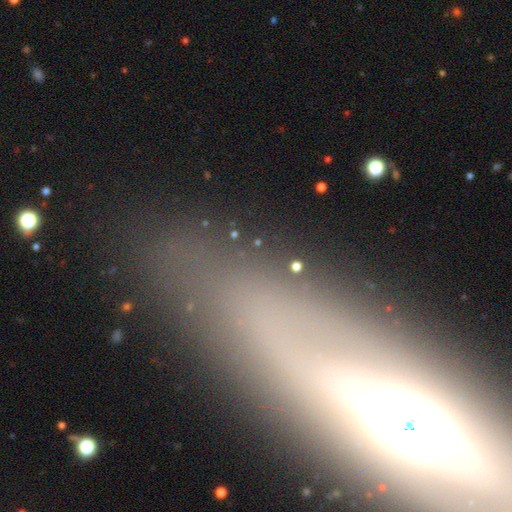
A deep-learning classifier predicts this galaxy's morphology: featured or disk 51%, smooth 27%, star or artifact 23%. Down the decision tree: edge-on disk — yes (66%); merging — none (81%).